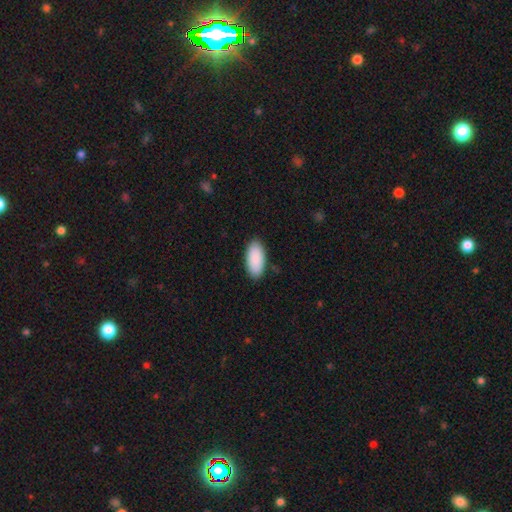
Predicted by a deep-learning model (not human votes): Smooth or featured: smooth — 90% (star or artifact — 5%)
How rounded: in between — 94% (cigar-shaped — 5%)
Merging: none — 87% (minor disturbance — 10%)